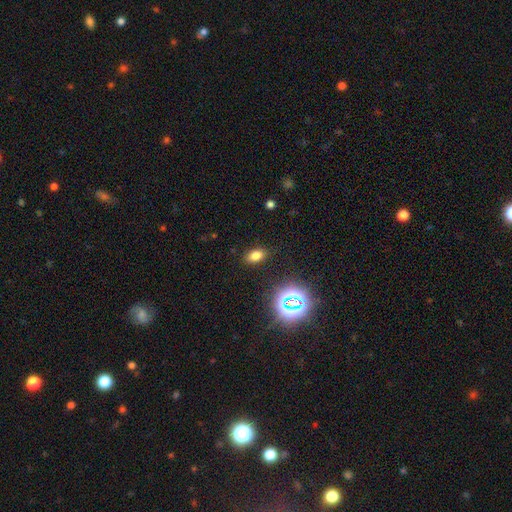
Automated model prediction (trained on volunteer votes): Smooth or featured: smooth — 73% (star or artifact — 20%)
How rounded: in between — 86% (round — 11%)
Merging: none — 87% (minor disturbance — 9%)